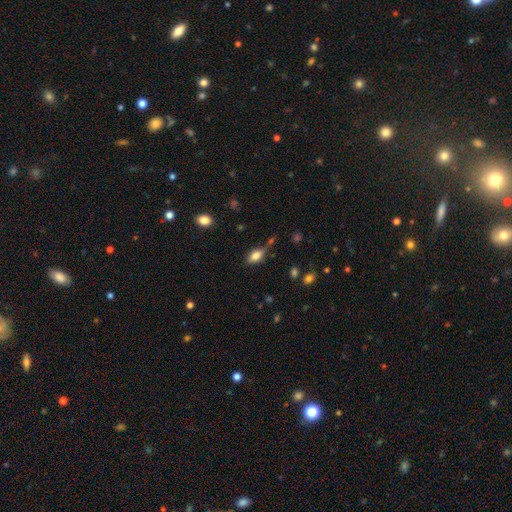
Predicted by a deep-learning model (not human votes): Morphology: type=smooth (73%); roundness=in between (85%); merging=none (61%).